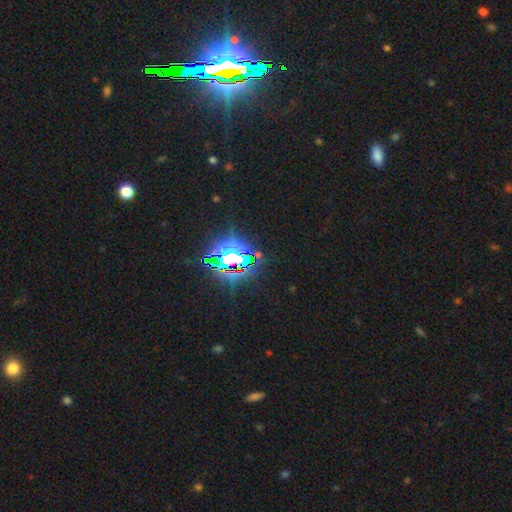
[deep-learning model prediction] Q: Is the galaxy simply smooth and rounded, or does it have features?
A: star or artifact — 80%.